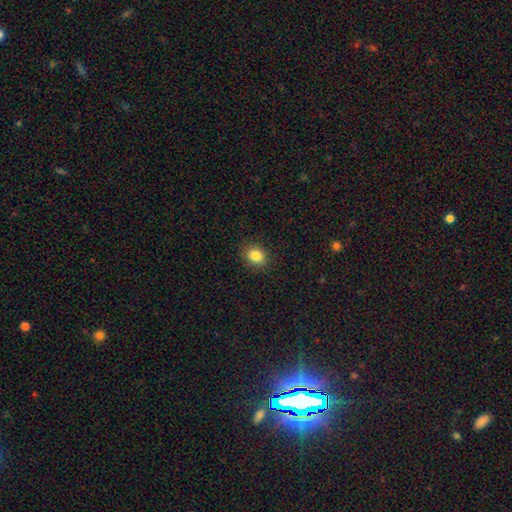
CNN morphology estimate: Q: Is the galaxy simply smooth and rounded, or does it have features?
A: smooth — 84%.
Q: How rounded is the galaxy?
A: round — 56%.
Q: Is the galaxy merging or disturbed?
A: none — 89%.